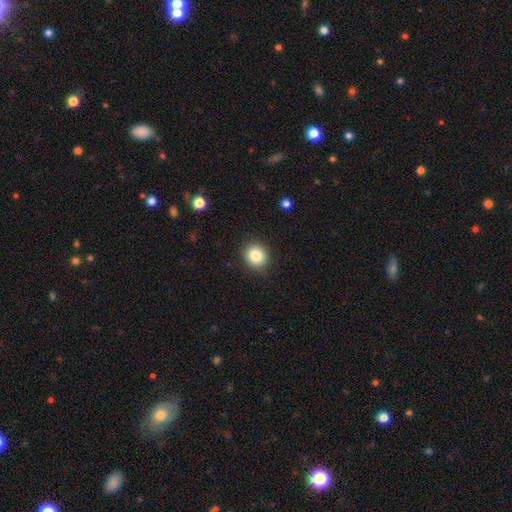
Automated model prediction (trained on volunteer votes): Q: Smooth or featured?
A: smooth (84%); runner-up: star or artifact (10%)
Q: How rounded?
A: round (79%); runner-up: in between (20%)
Q: Merging?
A: none (88%); runner-up: minor disturbance (8%)